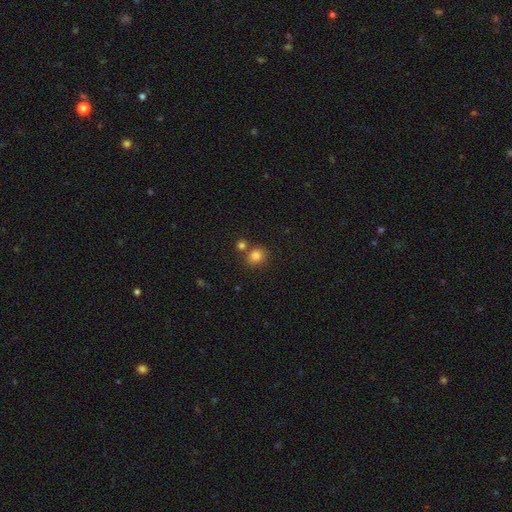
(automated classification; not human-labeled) A smooth galaxy with no disk features (82%) that is round (80%). Merging: none (66%).